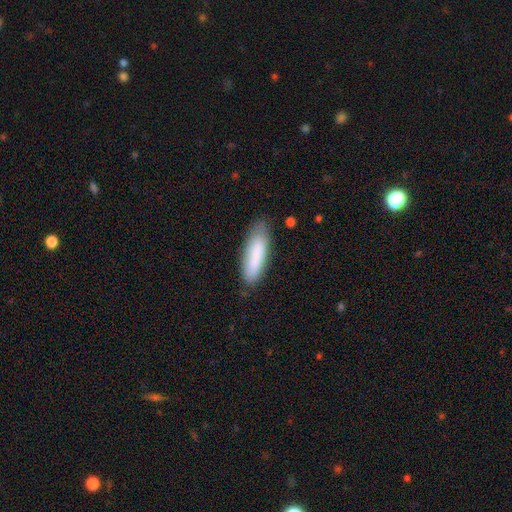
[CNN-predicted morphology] type=smooth (83%); roundness=cigar-shaped (52%); merging=none (76%).